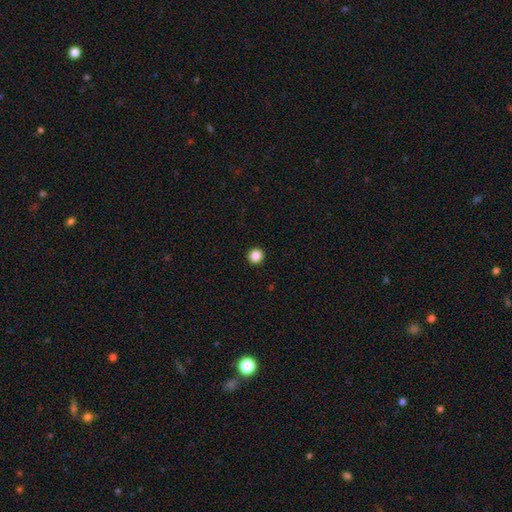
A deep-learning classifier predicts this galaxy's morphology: Smooth or featured? smooth (87%)
How rounded? round (96%)
Merging? none (94%)